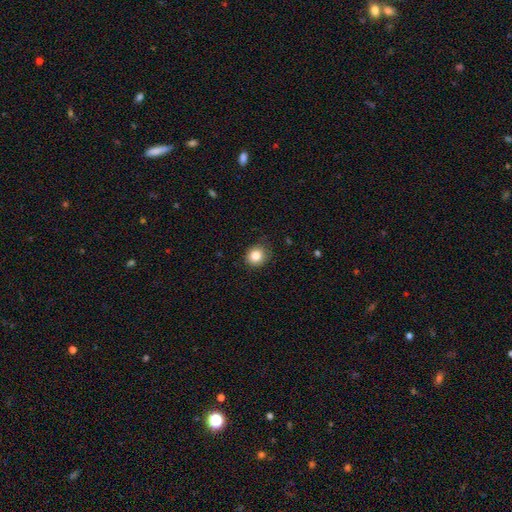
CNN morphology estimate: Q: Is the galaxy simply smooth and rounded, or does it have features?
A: smooth — 84%.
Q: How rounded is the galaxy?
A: round — 82%.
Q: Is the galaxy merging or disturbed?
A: none — 85%.